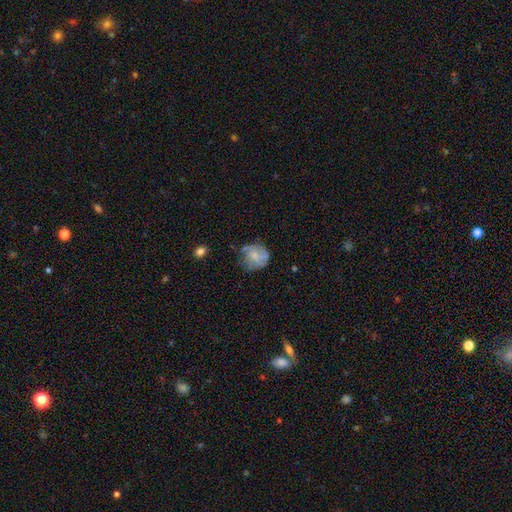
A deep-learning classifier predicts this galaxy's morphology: Smooth or featured? featured or disk (48%)
Merging? none (53%)